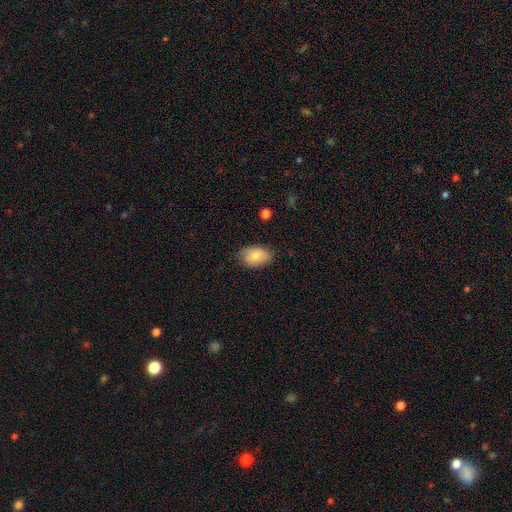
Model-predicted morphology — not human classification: Smooth or featured? Predicted: smooth (p=0.83). How rounded? Predicted: in between (p=0.87). Merging? Predicted: none (p=0.75).